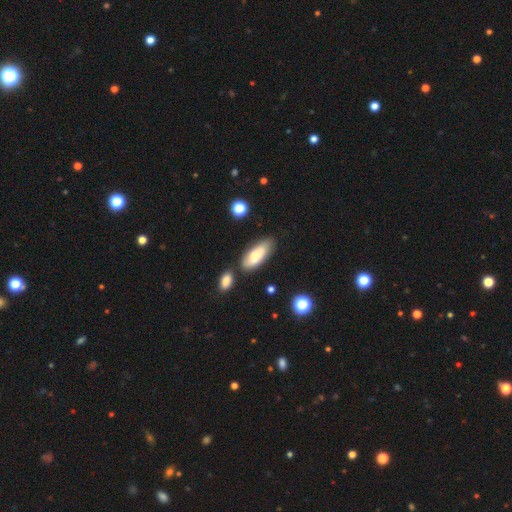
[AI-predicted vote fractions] A smooth galaxy with no disk features (77%) that is in between round and cigar-shaped (76%). Merging: none (67%).